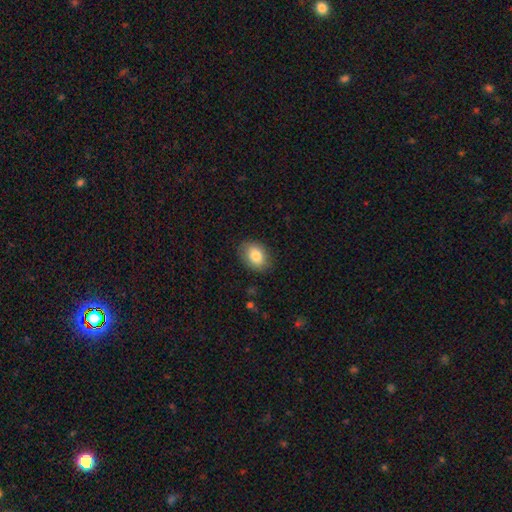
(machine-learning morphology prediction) A smooth galaxy with no disk features (83%) that is in between round and cigar-shaped (73%).

Vote fractions:
- Smooth or featured? smooth: 83% / featured or disk: 10% / star or artifact: 8%
- How rounded? in between: 73% / round: 26% / cigar-shaped: 1%
- Merging? none: 85% / minor disturbance: 11% / major disturbance: 3% / merger: 1%